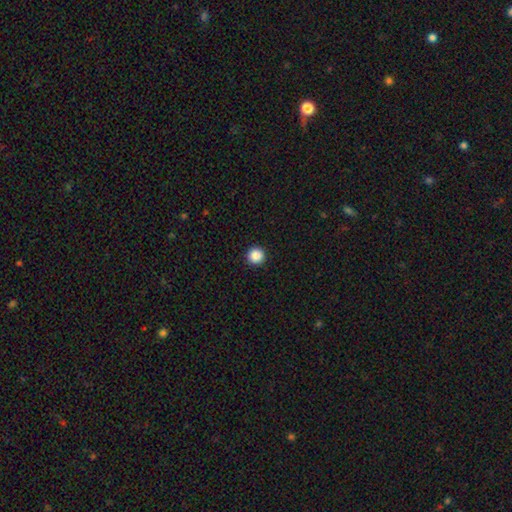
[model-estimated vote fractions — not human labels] smooth 87%, star or artifact 10%, featured or disk 3%. Down the decision tree: how rounded — round (97%); merging — none (94%).